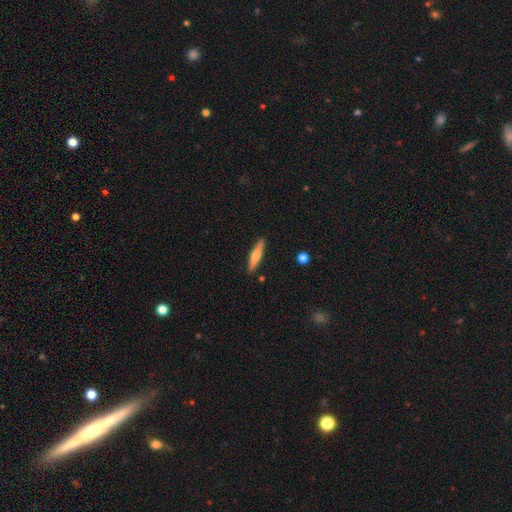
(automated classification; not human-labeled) Smooth or featured: smooth — 57% (featured or disk — 37%)
How rounded: cigar-shaped — 84% (in between — 15%)
Merging: none — 89% (minor disturbance — 8%)